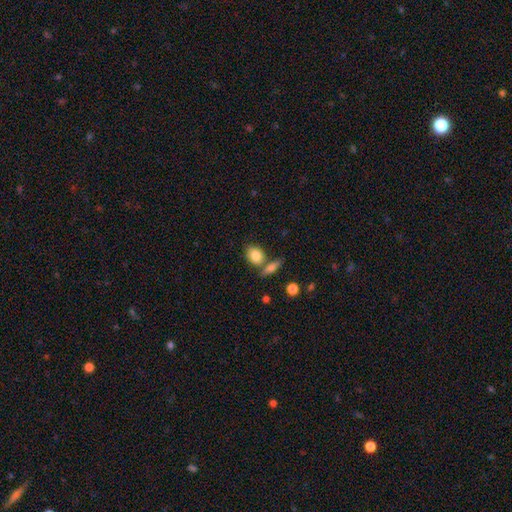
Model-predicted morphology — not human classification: smooth 84%, featured or disk 9%, star or artifact 7%. Down the decision tree: how rounded — in between (71%); merging — none (56%).